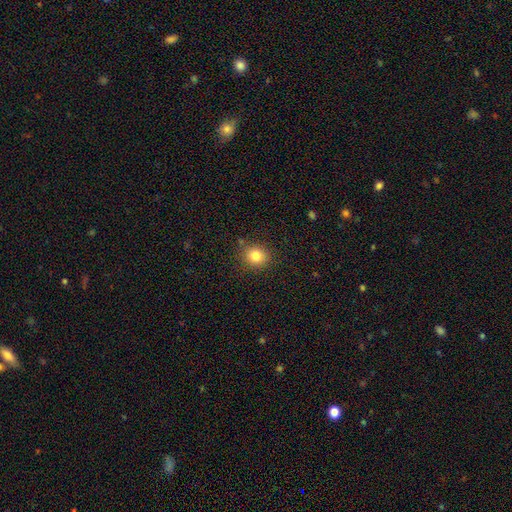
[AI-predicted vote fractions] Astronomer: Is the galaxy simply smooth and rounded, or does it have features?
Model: smooth — 81%.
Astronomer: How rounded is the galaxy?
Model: round — 84%.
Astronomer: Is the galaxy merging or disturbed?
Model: none — 86%.